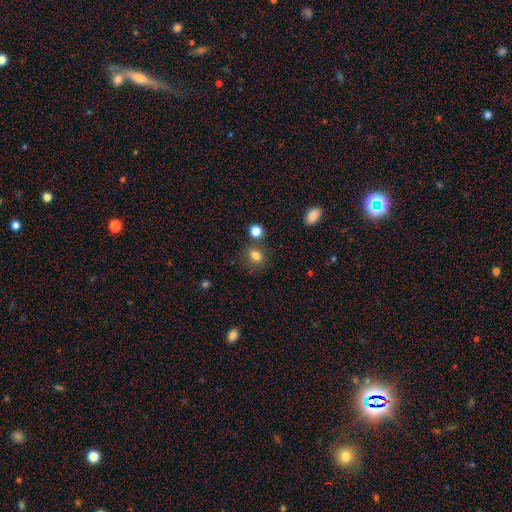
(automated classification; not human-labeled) smooth 81%, star or artifact 13%, featured or disk 6%. Down the decision tree: how rounded — round (59%); merging — none (72%).